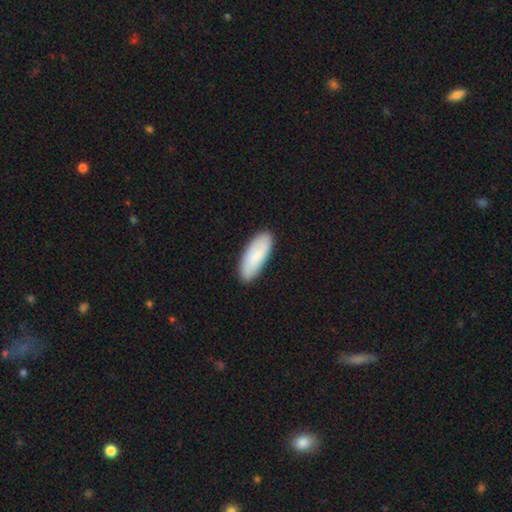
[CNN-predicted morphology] A smooth galaxy with no disk features (83%) that is in between round and cigar-shaped (74%).

Vote fractions:
- Smooth or featured? smooth: 83% / featured or disk: 12% / star or artifact: 5%
- How rounded? in between: 74% / cigar-shaped: 24% / round: 2%
- Merging? none: 87% / minor disturbance: 10% / major disturbance: 2% / merger: 1%